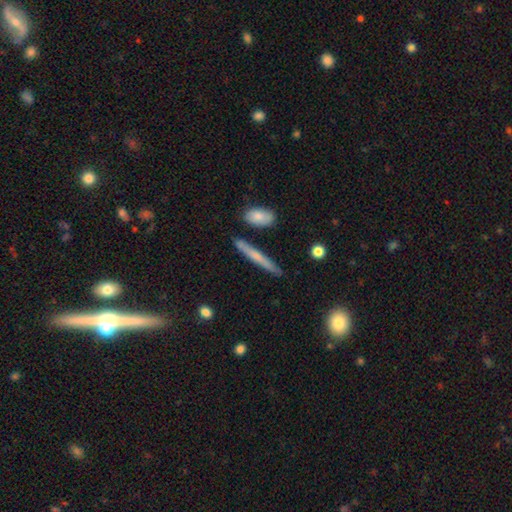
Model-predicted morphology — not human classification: This appears to be a smooth galaxy with no disk features (51%) that is cigar-shaped (93%). Merging: none (83%).